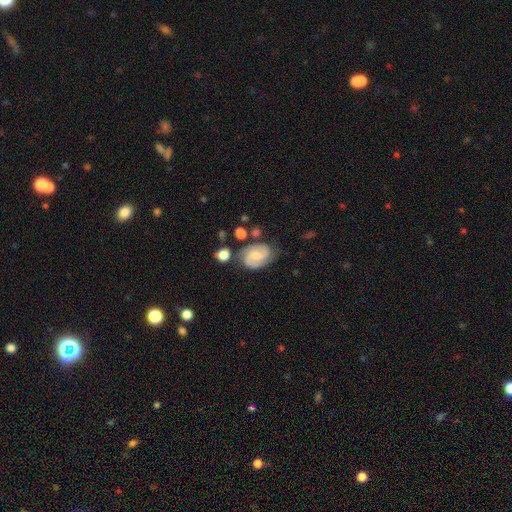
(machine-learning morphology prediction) This is likely a featured or disk galaxy (71%). It is clearly not viewed edge-on (97%). Bar: possibly weak (46%, tied with no). Spiral arm pattern: clearly yes (94%). Spiral arm count: clearly 2 (83%). Spiral winding: possibly medium (47%). Central bulge: marginally small (42%). Merging: likely none (68%).